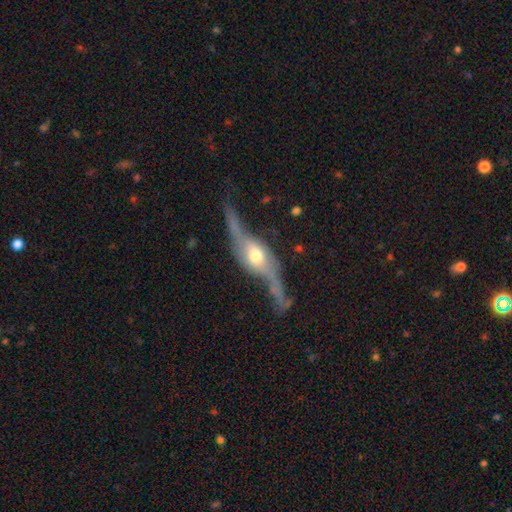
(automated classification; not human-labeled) Q: Smooth or featured?
A: featured or disk (83%); runner-up: smooth (12%)
Q: Edge-on disk?
A: yes (63%); runner-up: no (37%)
Q: Edge-on bulge?
A: rounded (92%); runner-up: boxy (5%)
Q: Merging?
A: none (55%); runner-up: minor disturbance (23%)